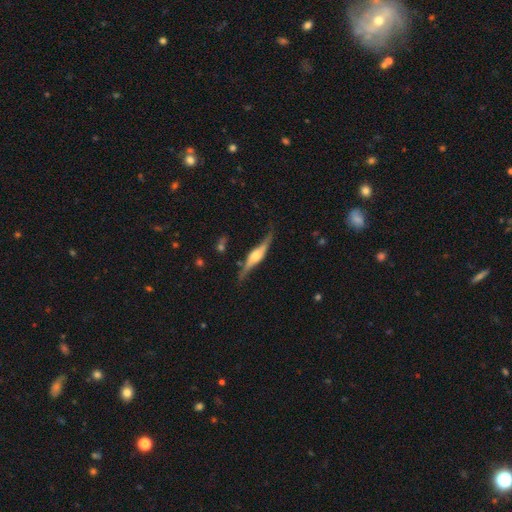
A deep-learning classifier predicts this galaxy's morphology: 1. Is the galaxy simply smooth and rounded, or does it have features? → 78% featured or disk, 16% smooth, 5% star or artifact.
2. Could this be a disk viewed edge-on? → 91% yes, 9% no.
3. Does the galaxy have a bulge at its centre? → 85% rounded, 12% boxy, 3% none.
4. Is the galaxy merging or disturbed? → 73% none, 19% minor disturbance, 5% major disturbance, 3% merger.